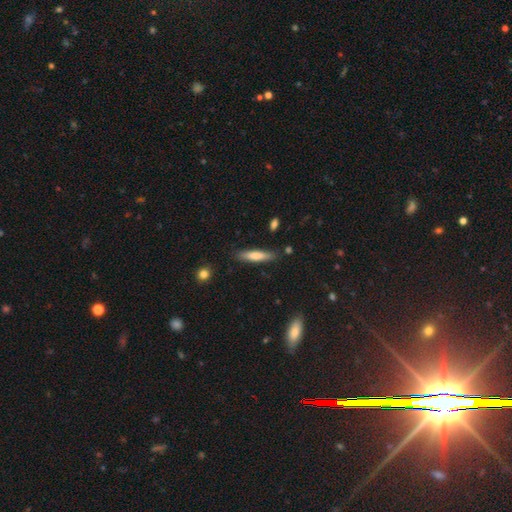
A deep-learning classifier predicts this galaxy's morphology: This appears to be a smooth galaxy with no disk features (71%) that is cigar-shaped (85%). Merging: none (85%).